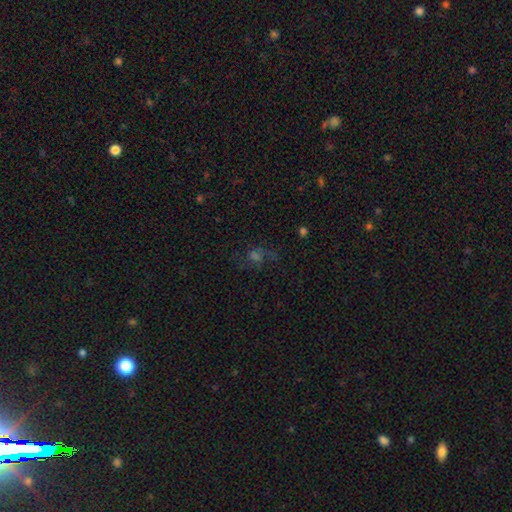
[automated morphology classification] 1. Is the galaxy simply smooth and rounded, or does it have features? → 36% star or artifact, 35% featured or disk, 29% smooth.